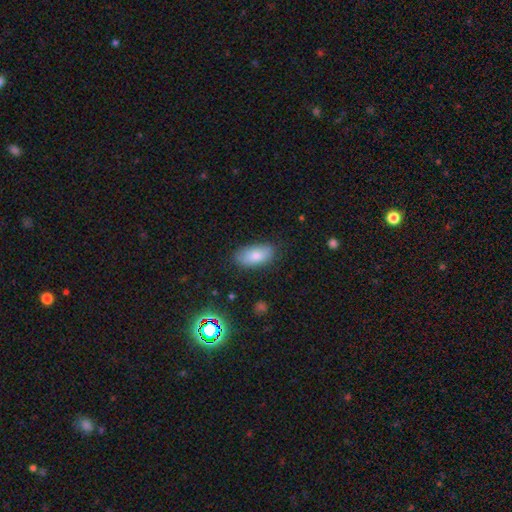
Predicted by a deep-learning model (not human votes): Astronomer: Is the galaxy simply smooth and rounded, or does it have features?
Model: smooth — 80%.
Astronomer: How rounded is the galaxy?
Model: in between — 92%.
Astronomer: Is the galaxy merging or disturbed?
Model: none — 81%.